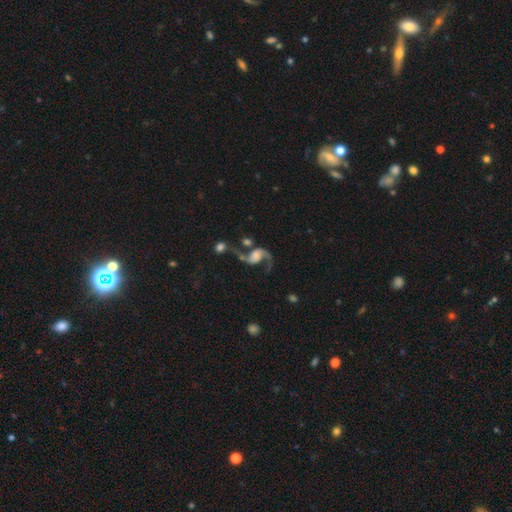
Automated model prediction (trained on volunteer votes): Smooth or featured? Predicted: featured or disk (p=0.86). Edge-on disk? Predicted: no (p=0.98). Bar? Predicted: no (p=0.54). Spiral arms? Predicted: yes (p=0.96). Spiral winding? Predicted: loose (p=0.78). Spiral arm count? Predicted: 2 (p=0.88). Bulge size? Predicted: none (p=0.29). Merging? Predicted: none (p=0.43).